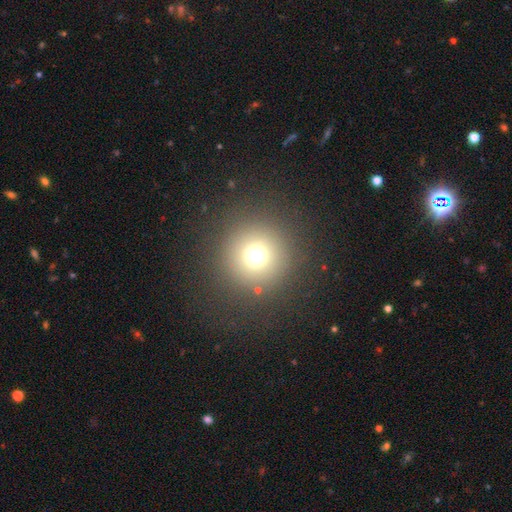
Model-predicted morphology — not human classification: Smooth or featured?
  - smooth: 72% *
  - star or artifact: 19%
  - featured or disk: 9%
How rounded?
  - round: 96% *
  - in between: 3%
  - cigar-shaped: 1%
Merging?
  - none: 88% *
  - minor disturbance: 6%
  - major disturbance: 4%
  - merger: 2%